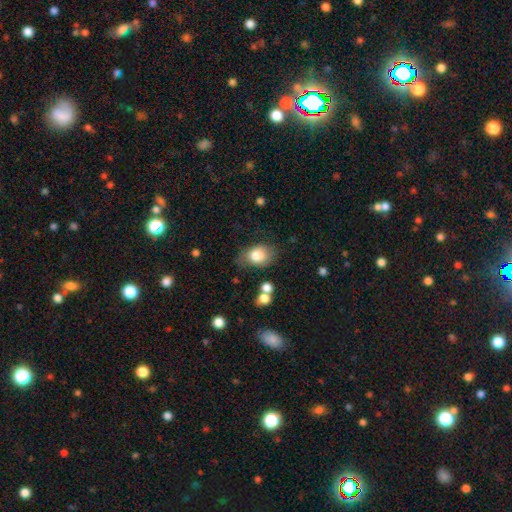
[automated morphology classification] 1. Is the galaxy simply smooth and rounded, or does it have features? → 80% smooth, 11% featured or disk, 8% star or artifact.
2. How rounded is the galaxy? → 72% in between, 26% round, 1% cigar-shaped.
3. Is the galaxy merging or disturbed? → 61% none, 25% minor disturbance, 8% major disturbance, 5% merger.